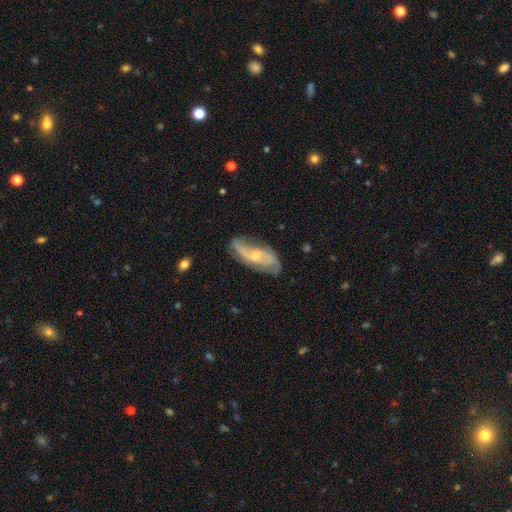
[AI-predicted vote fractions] This is likely a featured or disk galaxy (73%). It is clearly not viewed edge-on (89%). Bar: possibly no (55%). Spiral arm pattern: clearly yes (89%). Spiral arm count: likely 2 (74%). Spiral winding: marginally loose (44%). Central bulge: possibly small (51%). Merging: likely none (62%).